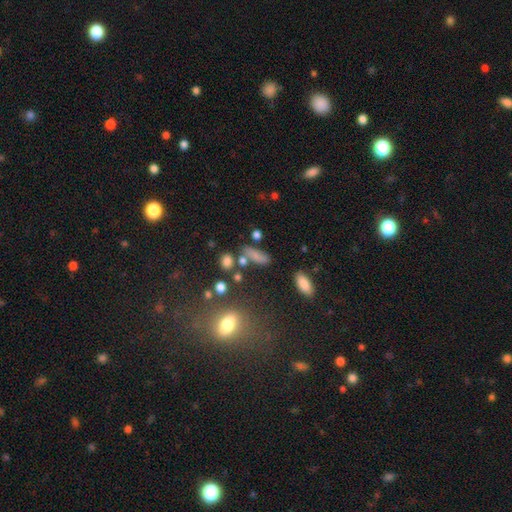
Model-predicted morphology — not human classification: Overall: smooth (72%). How rounded: in between (59%; cigar-shaped 32%). Merging: none (58%; minor disturbance 19%).